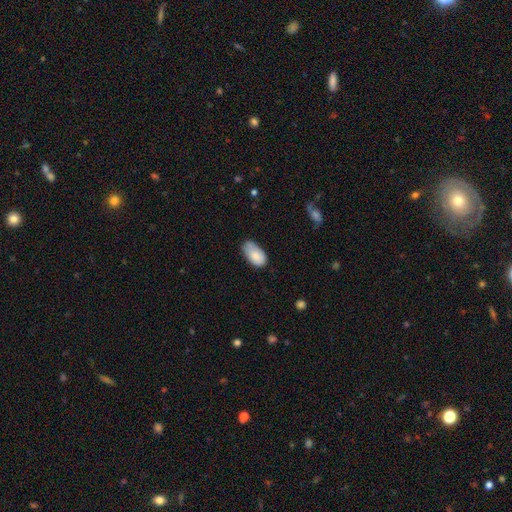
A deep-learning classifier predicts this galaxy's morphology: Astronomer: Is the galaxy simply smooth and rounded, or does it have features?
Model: smooth — 81%.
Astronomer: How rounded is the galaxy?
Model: in between — 94%.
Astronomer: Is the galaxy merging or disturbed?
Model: none — 54% (runner-up: minor disturbance, 36%).